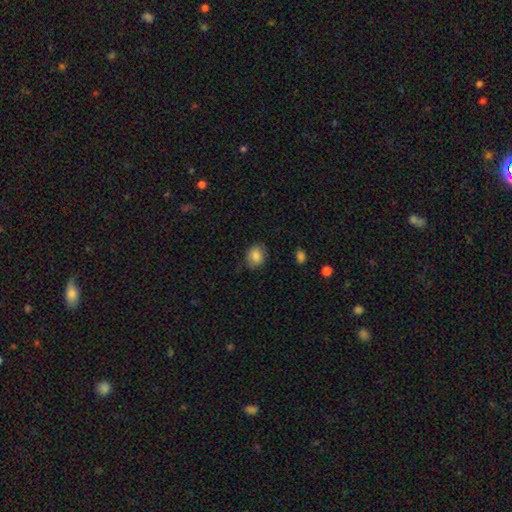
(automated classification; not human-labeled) Smooth or featured?
  - smooth: 84% *
  - star or artifact: 9%
  - featured or disk: 8%
How rounded?
  - round: 55% *
  - in between: 44%
  - cigar-shaped: 1%
Merging?
  - none: 78% *
  - minor disturbance: 17%
  - major disturbance: 4%
  - merger: 1%